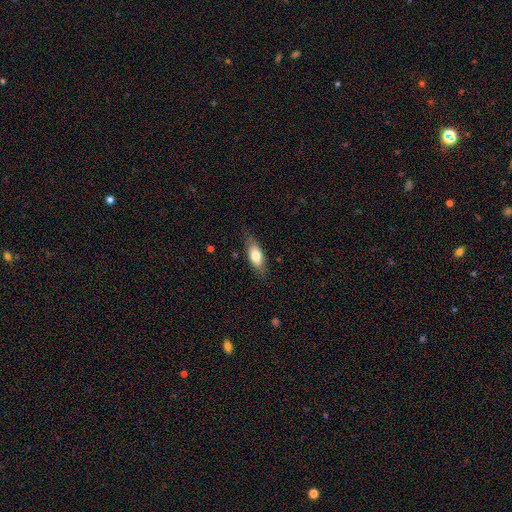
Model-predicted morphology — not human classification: smooth 74%, featured or disk 19%, star or artifact 7%. Down the decision tree: how rounded — in between (77%); merging — none (76%).